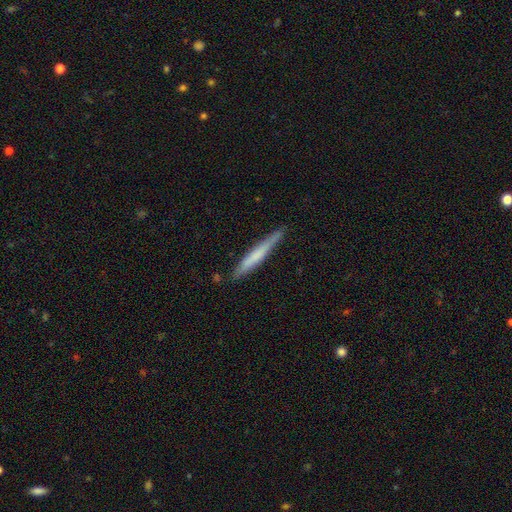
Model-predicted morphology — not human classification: Smooth or featured? Predicted: smooth (p=0.58). How rounded? Predicted: cigar-shaped (p=0.96). Merging? Predicted: none (p=0.87).